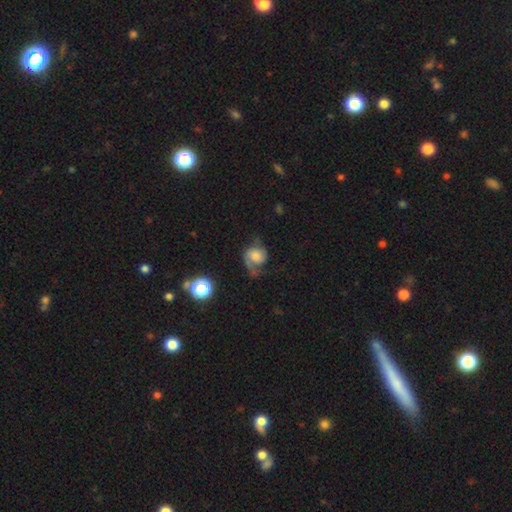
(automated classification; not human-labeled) featured or disk 67%, smooth 25%, star or artifact 8%. Down the decision tree: edge-on disk — no (98%); bar — no (69%); spiral arms — yes (93%); spiral arm count — 2 (75%); spiral winding — medium (41%, tied with loose); bulge size — large (30%); merging — none (53%).